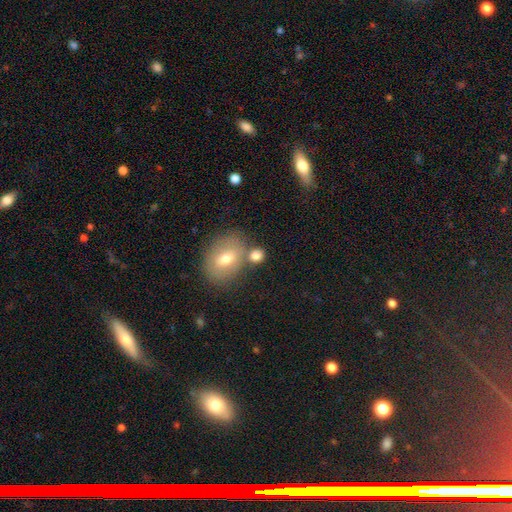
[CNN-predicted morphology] A smooth galaxy with no disk features (78%) that is round (64%).

Vote fractions:
- Smooth or featured? smooth: 78% / featured or disk: 12% / star or artifact: 10%
- How rounded? round: 64% / in between: 34% / cigar-shaped: 2%
- Merging? none: 58% / merger: 26% / minor disturbance: 12% / major disturbance: 5%